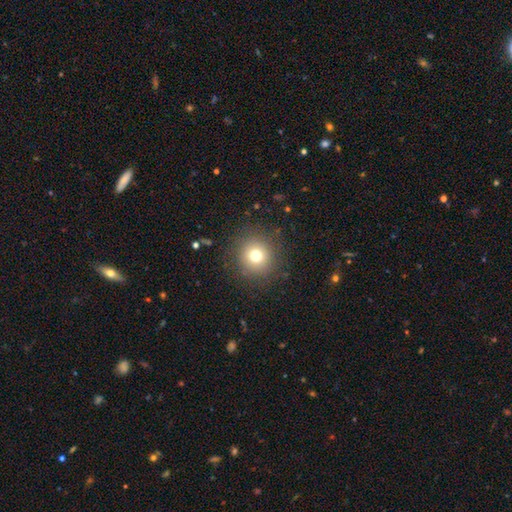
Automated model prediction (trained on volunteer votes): This is likely a smooth galaxy (74%). How rounded: clearly round (93%). Merging: clearly none (88%).